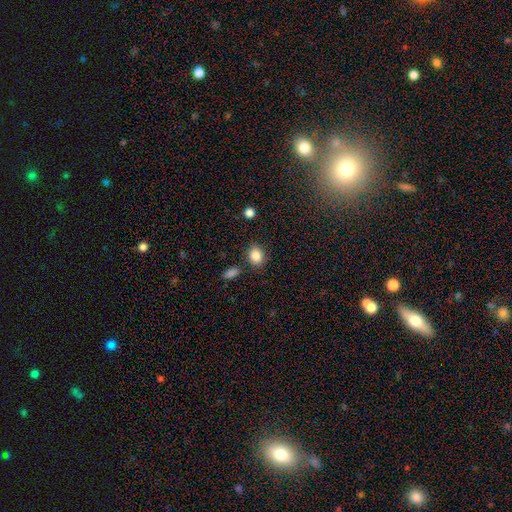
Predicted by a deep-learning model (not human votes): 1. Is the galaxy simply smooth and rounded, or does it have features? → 85% smooth, 9% star or artifact, 5% featured or disk.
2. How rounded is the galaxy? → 54% round, 45% in between, 1% cigar-shaped.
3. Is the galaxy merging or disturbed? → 82% none, 11% minor disturbance, 4% merger, 3% major disturbance.